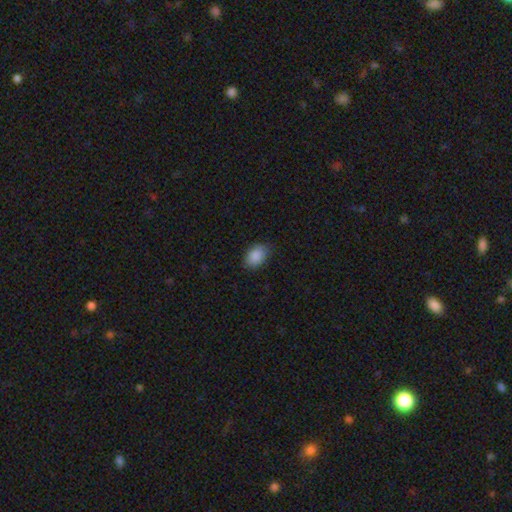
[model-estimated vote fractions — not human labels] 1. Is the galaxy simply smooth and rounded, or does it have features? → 88% smooth, 8% star or artifact, 4% featured or disk.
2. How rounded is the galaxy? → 83% in between, 16% round, 1% cigar-shaped.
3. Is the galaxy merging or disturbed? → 81% none, 15% minor disturbance, 3% major disturbance, 1% merger.